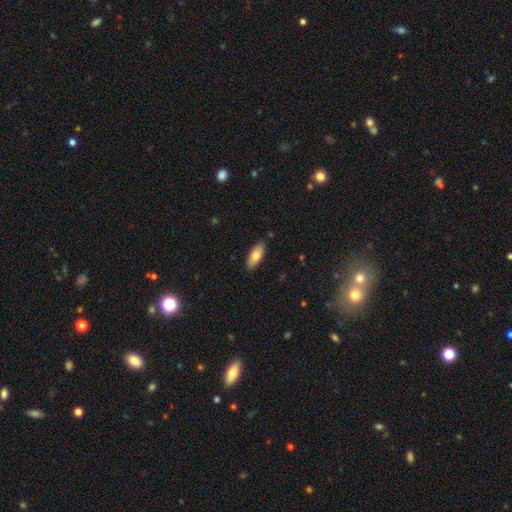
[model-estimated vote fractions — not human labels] Overall: smooth (79%). How rounded: in between (76%). Merging: none (86%).